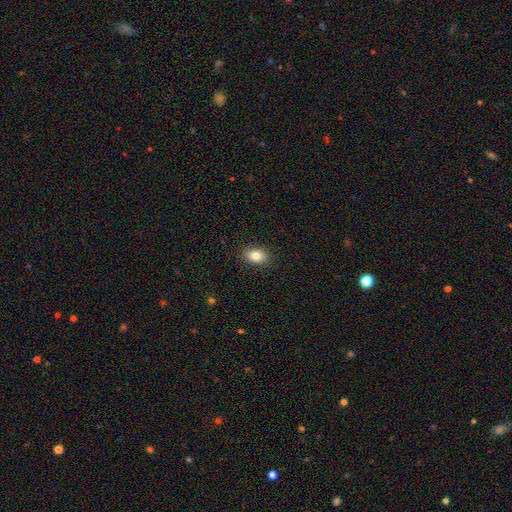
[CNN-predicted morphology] Q: Smooth or featured?
A: smooth (84%); runner-up: star or artifact (9%)
Q: How rounded?
A: in between (84%); runner-up: round (14%)
Q: Merging?
A: none (89%); runner-up: minor disturbance (8%)